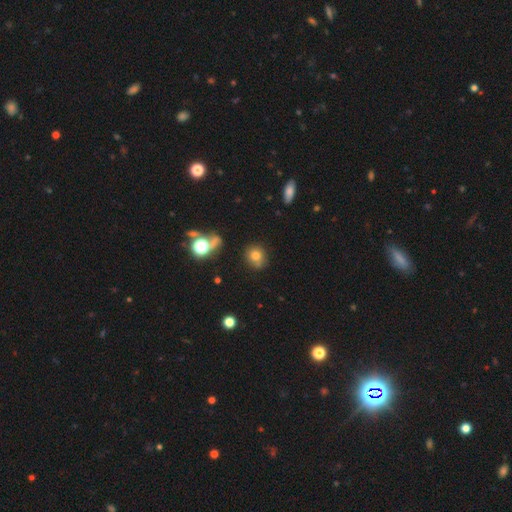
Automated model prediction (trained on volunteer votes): Smooth or featured?
  - smooth: 73% *
  - star or artifact: 17%
  - featured or disk: 10%
How rounded?
  - round: 80% *
  - in between: 19%
  - cigar-shaped: 1%
Merging?
  - none: 76% *
  - minor disturbance: 15%
  - major disturbance: 5%
  - merger: 4%